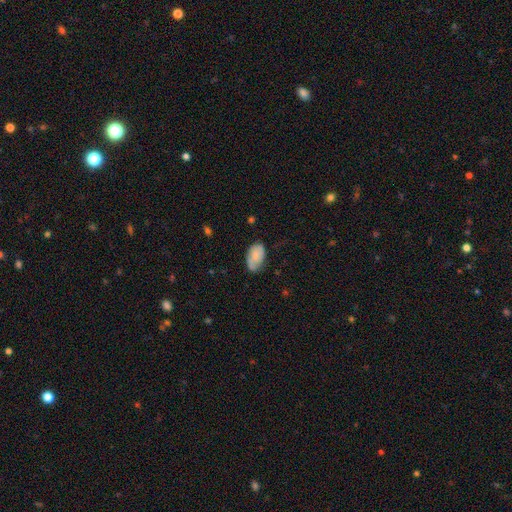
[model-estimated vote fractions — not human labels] Morphology: type=smooth (73%); roundness=in between (93%); merging=none (62%).